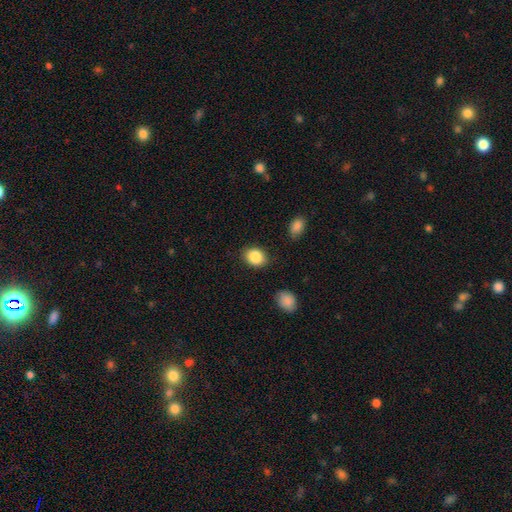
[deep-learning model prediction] Overall: smooth (87%). How rounded: in between (57%; round 42%). Merging: none (82%).